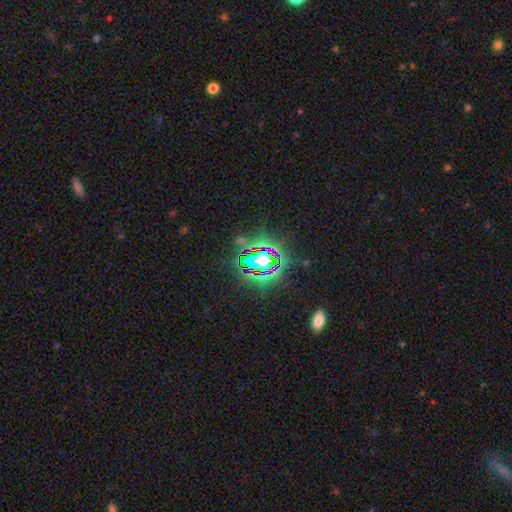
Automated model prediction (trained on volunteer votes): Q: Smooth or featured?
A: star or artifact (80%); runner-up: smooth (11%)